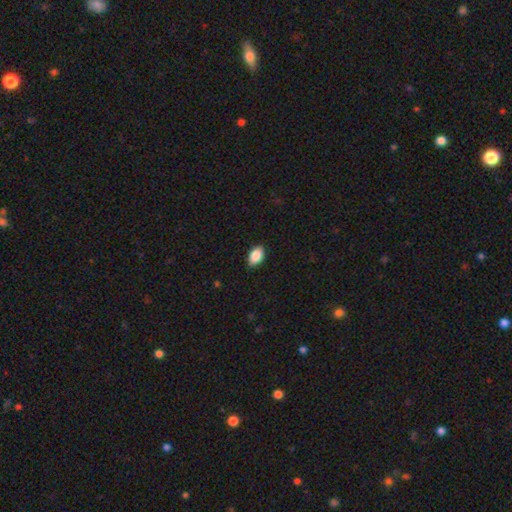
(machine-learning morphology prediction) The model was most divided on "merging": none: 86%, minor disturbance: 11%, major disturbance: 2%, merger: 1%. More confident: how rounded — in between (91%); smooth or featured — smooth (88%).